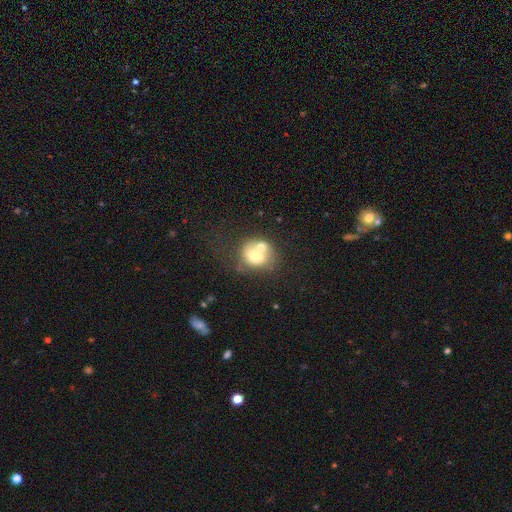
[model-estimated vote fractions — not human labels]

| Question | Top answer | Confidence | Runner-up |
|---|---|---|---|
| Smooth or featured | smooth | 63% | featured or disk (28%) |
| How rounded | round | 66% | in between (33%) |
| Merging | merger | 54% | none (27%) |